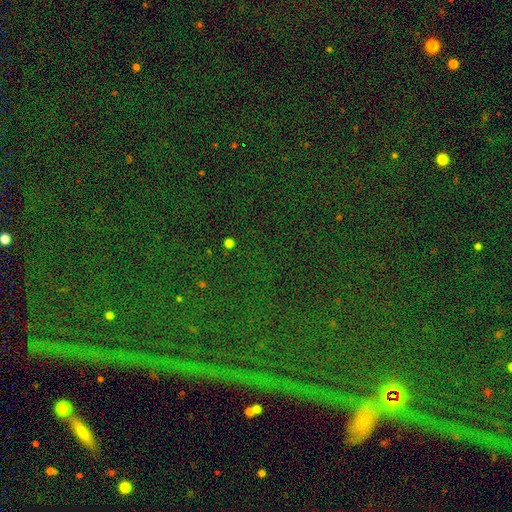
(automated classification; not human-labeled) Q: Smooth or featured?
A: star or artifact (82%); runner-up: smooth (9%)